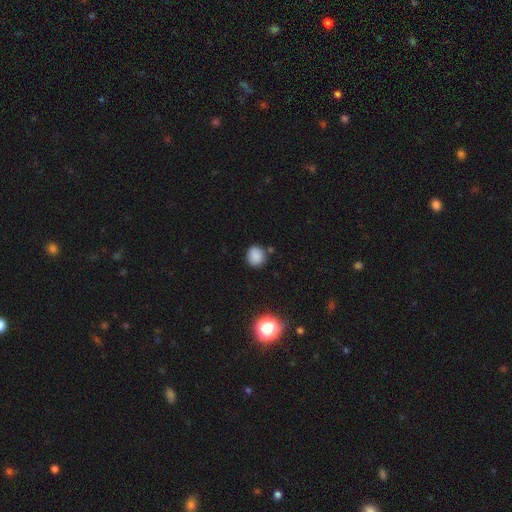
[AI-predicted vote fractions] Overall: smooth (83%). How rounded: round (83%). Merging: none (80%).